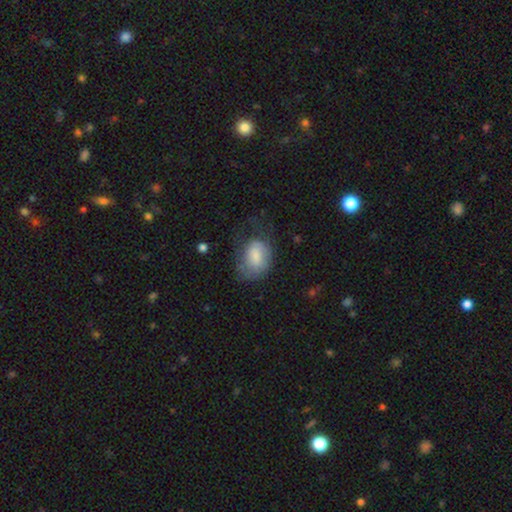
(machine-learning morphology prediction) A smooth galaxy with no disk features (65%) that is in between round and cigar-shaped (74%).

Vote fractions:
- Smooth or featured? smooth: 65% / featured or disk: 27% / star or artifact: 8%
- How rounded? in between: 74% / round: 25% / cigar-shaped: 1%
- Merging? none: 38% / major disturbance: 32% / minor disturbance: 28% / merger: 2%